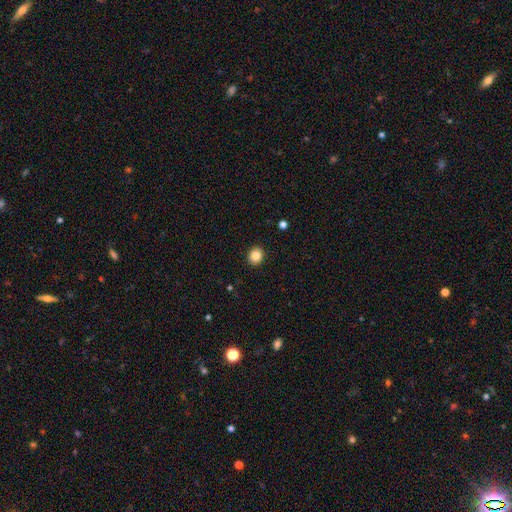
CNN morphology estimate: smooth_or_featured: smooth (p=0.85) [alt: star or artifact p=0.10]
how_rounded: round (p=0.76) [alt: in between p=0.23]
merging: none (p=0.92) [alt: minor disturbance p=0.05]